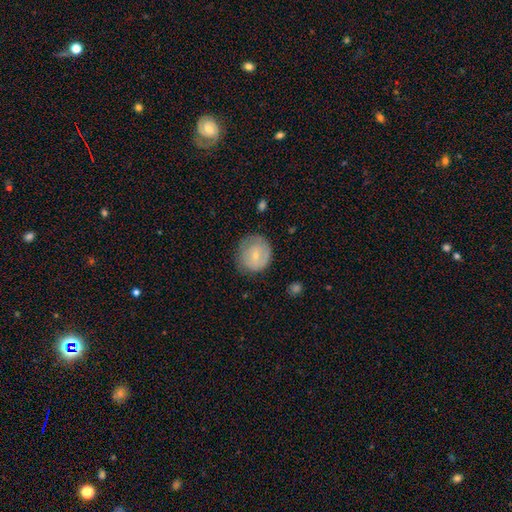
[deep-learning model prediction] A smooth galaxy with no disk features (61%) that is round (85%). Merging: none (69%).